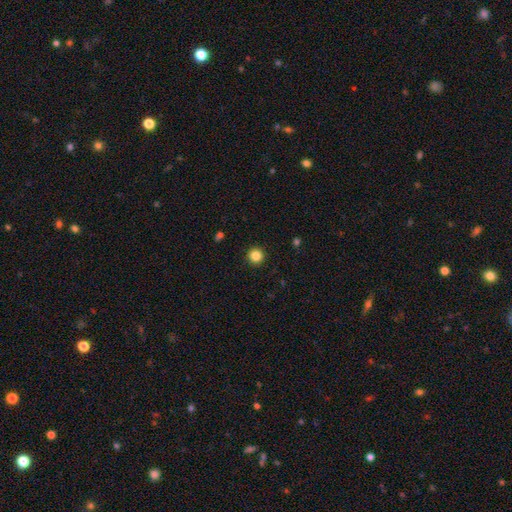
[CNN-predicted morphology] type=smooth (85%); roundness=round (95%); merging=none (93%).